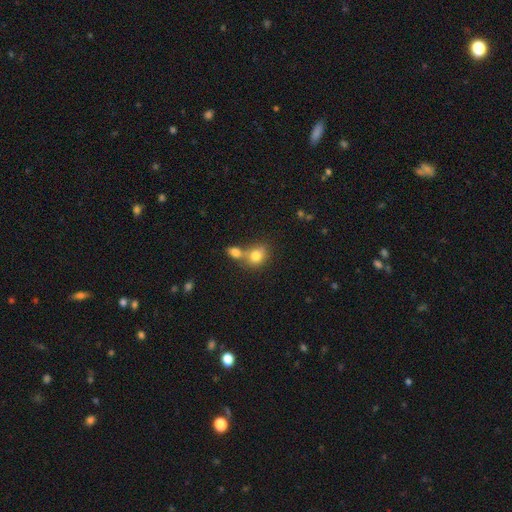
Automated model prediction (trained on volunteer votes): This is likely a smooth galaxy (80%). How rounded: possibly round (57%). Merging: possibly merger (52%).